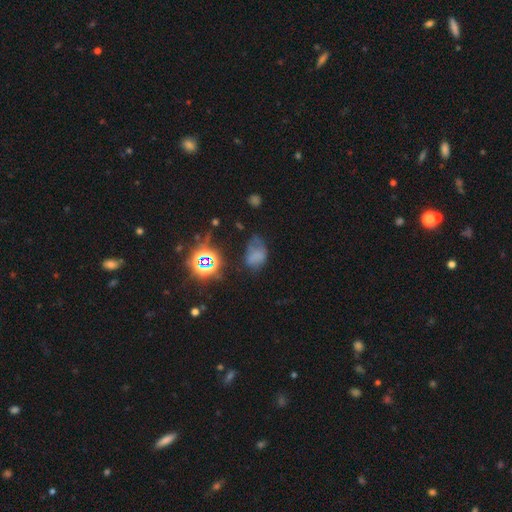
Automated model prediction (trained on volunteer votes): Smooth or featured: smooth — 53% (star or artifact — 28%)
How rounded: in between — 76% (round — 22%)
Merging: none — 36% (minor disturbance — 31%)